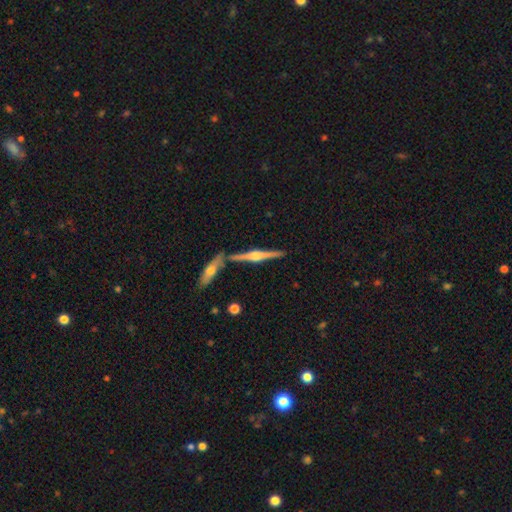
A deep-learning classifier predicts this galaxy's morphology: Smooth or featured? Predicted: featured or disk (p=0.82). Edge-on disk? Predicted: yes (p=0.98). Edge-on bulge? Predicted: rounded (p=0.92). Merging? Predicted: none (p=0.77).